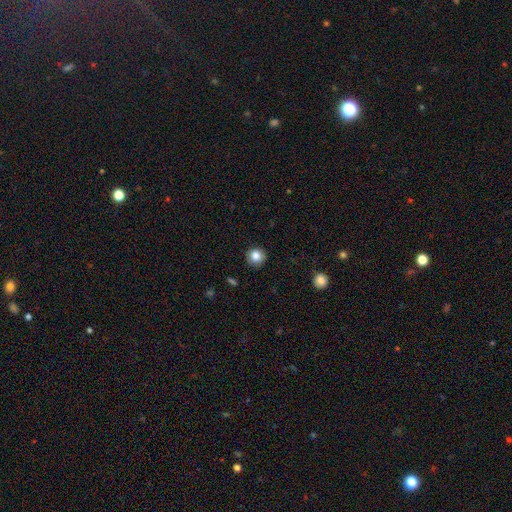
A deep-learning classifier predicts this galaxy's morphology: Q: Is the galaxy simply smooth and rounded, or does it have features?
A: smooth — 84%.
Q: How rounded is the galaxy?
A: round — 92%.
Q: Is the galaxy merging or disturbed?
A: none — 89%.